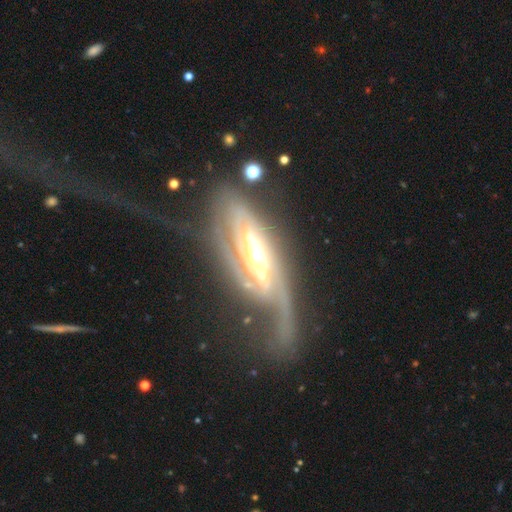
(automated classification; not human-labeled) Overall: featured or disk (87%). Edge-on disk: no (83%). Bar: no (48%; weak 27%). Spiral arms: yes (86%). Spiral arm count: 2 (40%; can't tell 26%). Spiral winding: tight (46%; medium 33%). Bulge size: moderate (65%). Merging: major disturbance (39%; none 33%).